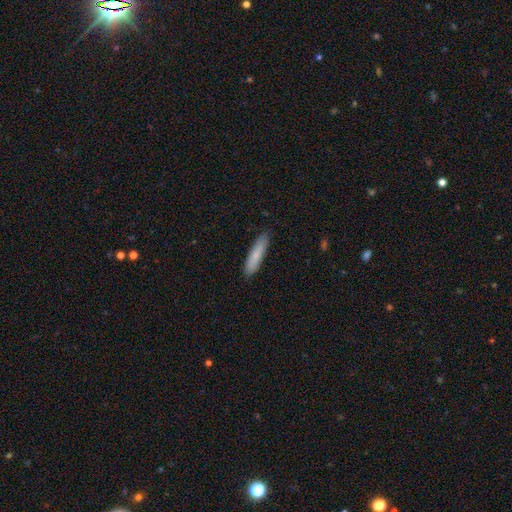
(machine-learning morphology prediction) type=smooth (80%); roundness=cigar-shaped (83%); merging=none (87%).